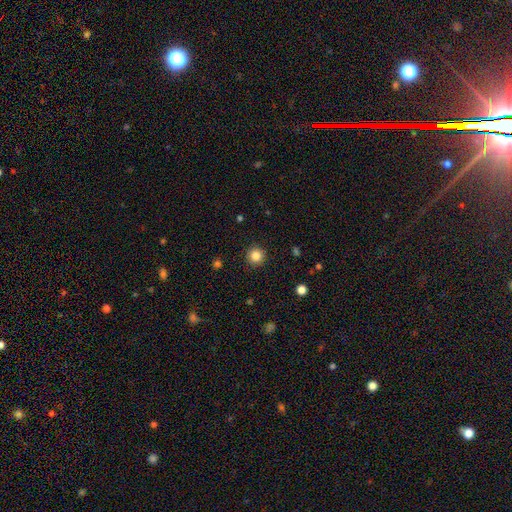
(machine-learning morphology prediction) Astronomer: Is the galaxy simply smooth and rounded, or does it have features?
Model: smooth — 84%.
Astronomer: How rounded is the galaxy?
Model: round — 95%.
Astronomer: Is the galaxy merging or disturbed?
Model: none — 91%.